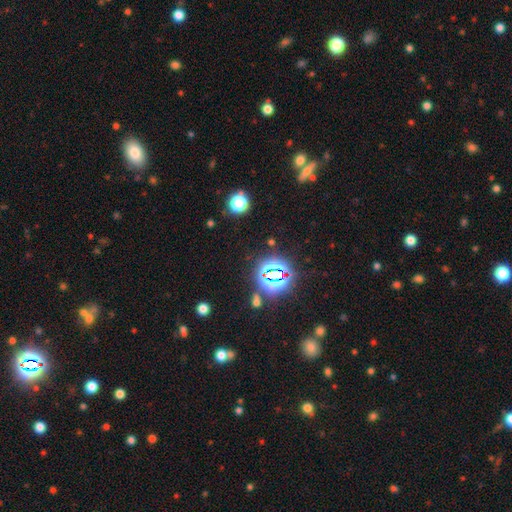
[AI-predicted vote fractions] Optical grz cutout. It shows a star or artifact, not a galaxy (74%).